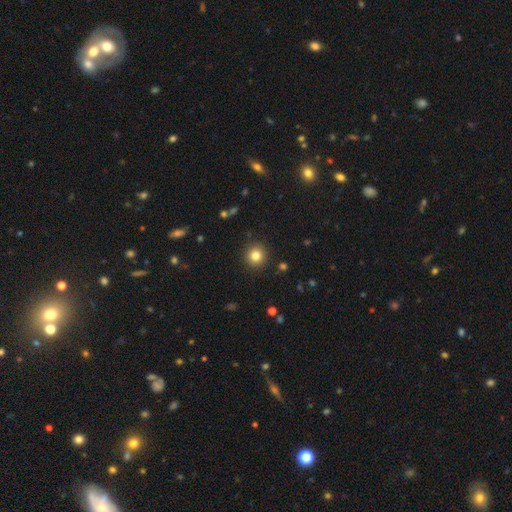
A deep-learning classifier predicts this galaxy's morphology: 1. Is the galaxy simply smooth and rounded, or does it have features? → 82% smooth, 12% star or artifact, 6% featured or disk.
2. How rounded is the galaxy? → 94% round, 6% in between, 1% cigar-shaped.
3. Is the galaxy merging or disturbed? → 91% none, 6% minor disturbance, 2% major disturbance, 1% merger.